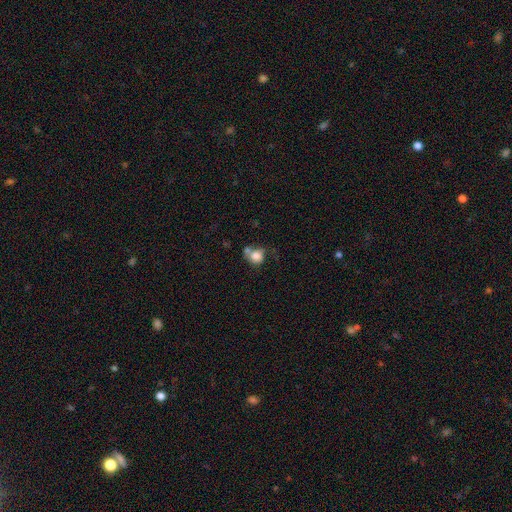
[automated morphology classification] A smooth galaxy with no disk features (77%) that is round (73%). Merging: none (37%).